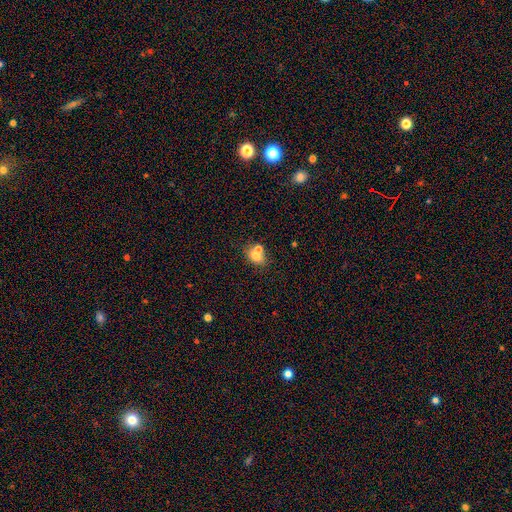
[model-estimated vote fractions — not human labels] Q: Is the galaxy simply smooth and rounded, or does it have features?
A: smooth — 70%.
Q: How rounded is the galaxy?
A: in between — 57%.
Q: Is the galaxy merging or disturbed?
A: merger — 43%, tied with none.